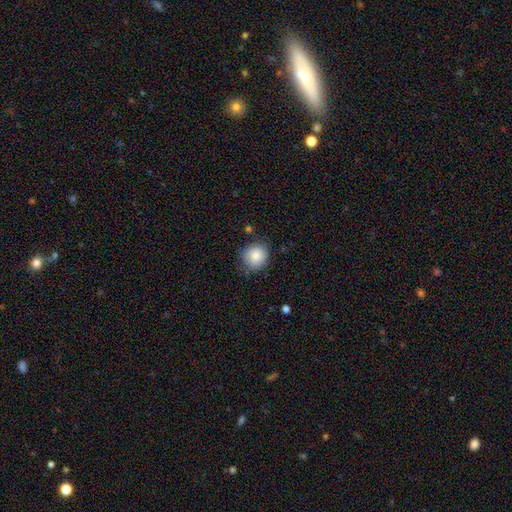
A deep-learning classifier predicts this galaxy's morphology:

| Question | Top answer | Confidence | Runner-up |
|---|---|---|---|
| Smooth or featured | smooth | 86% | star or artifact (8%) |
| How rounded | round | 84% | in between (15%) |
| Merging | none | 79% | minor disturbance (16%) |